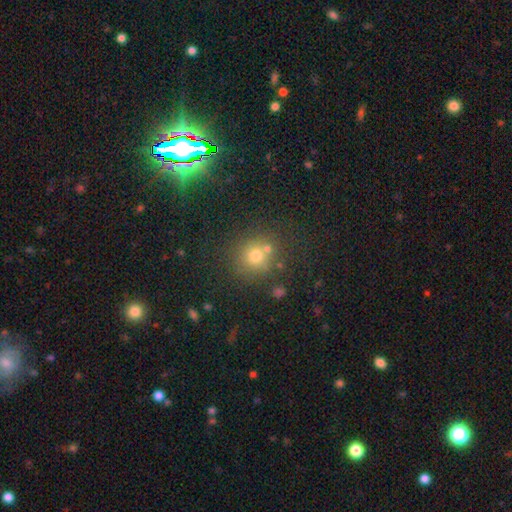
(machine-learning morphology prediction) type=smooth (65%); roundness=round (89%); merging=none (68%).